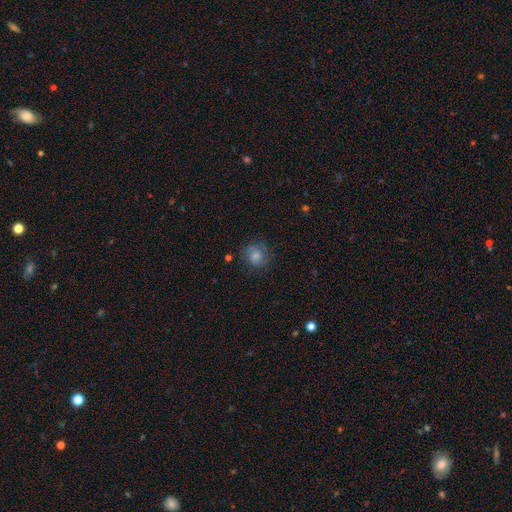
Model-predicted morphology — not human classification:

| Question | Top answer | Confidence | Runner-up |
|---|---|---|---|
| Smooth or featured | smooth | 73% | featured or disk (17%) |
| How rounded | round | 84% | in between (15%) |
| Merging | none | 72% | minor disturbance (18%) |